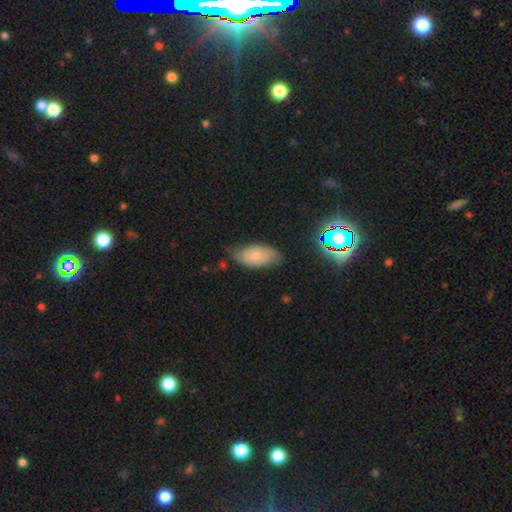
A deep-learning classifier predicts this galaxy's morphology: Smooth or featured? smooth (51%)
How rounded? in between (92%)
Merging? none (64%)